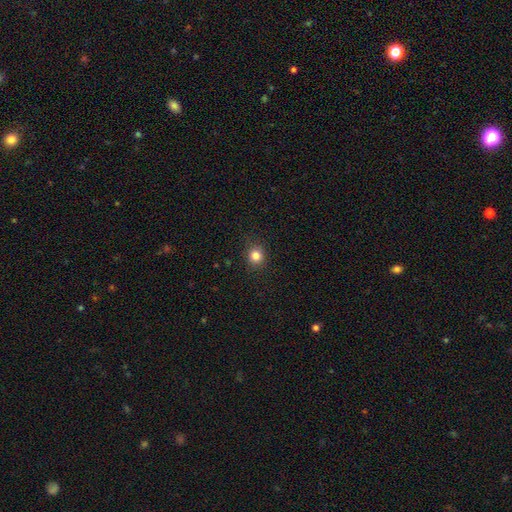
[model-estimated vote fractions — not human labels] Smooth or featured: smooth — 83% (star or artifact — 12%)
How rounded: round — 85% (in between — 14%)
Merging: none — 88% (minor disturbance — 8%)